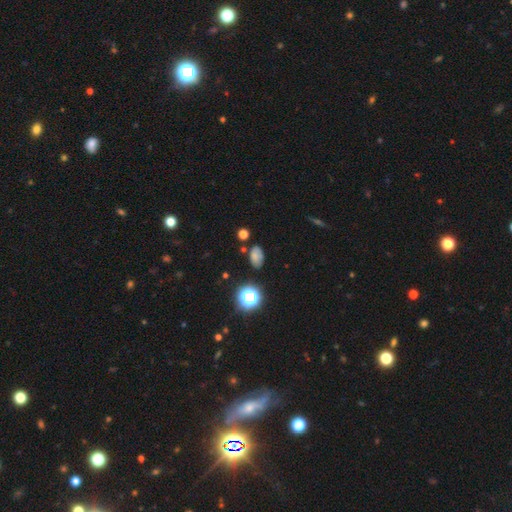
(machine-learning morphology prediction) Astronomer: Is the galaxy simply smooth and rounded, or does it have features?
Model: smooth — 68%.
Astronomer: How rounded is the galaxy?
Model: in between — 85%.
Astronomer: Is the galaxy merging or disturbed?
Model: none — 73%.